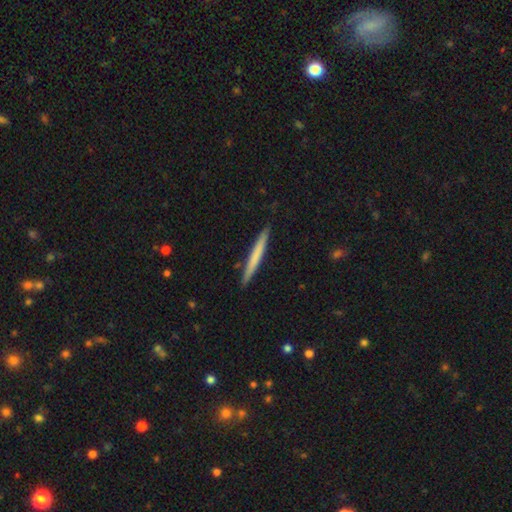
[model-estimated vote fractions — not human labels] A smooth galaxy with no disk features (64%) that is cigar-shaped (97%). Merging: none (90%).